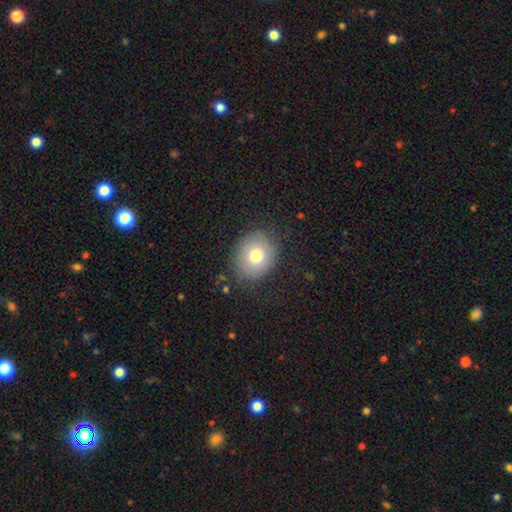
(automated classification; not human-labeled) Q: Smooth or featured?
A: smooth (74%); runner-up: featured or disk (17%)
Q: How rounded?
A: round (62%); runner-up: in between (37%)
Q: Merging?
A: none (80%); runner-up: minor disturbance (14%)